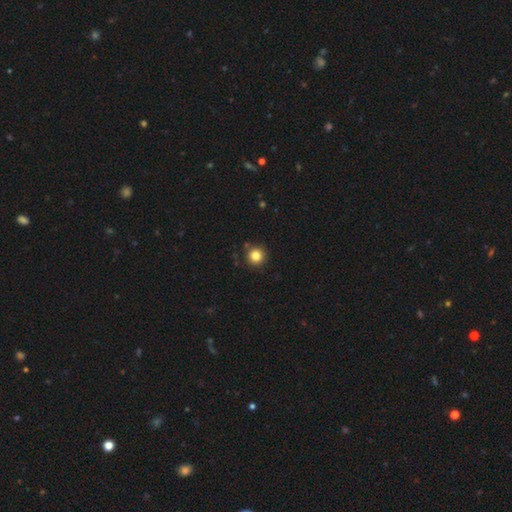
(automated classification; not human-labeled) Q: Smooth or featured?
A: smooth (83%); runner-up: star or artifact (12%)
Q: How rounded?
A: round (96%); runner-up: in between (3%)
Q: Merging?
A: none (90%); runner-up: minor disturbance (6%)